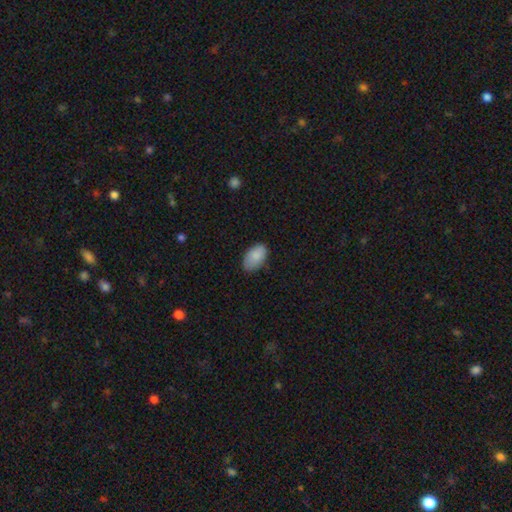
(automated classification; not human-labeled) Q: Smooth or featured?
A: smooth (88%); runner-up: star or artifact (7%)
Q: How rounded?
A: in between (94%); runner-up: round (5%)
Q: Merging?
A: none (77%); runner-up: minor disturbance (19%)